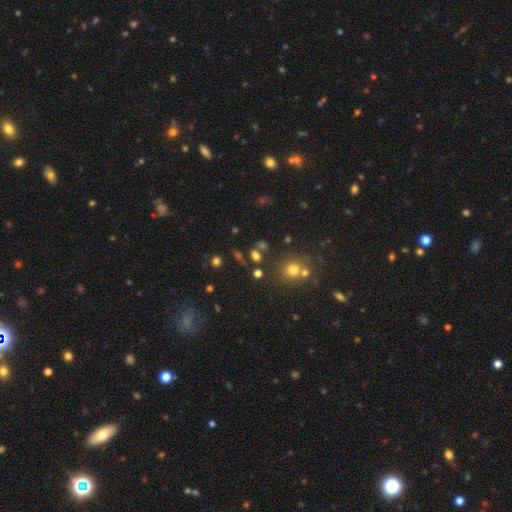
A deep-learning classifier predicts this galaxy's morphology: smooth-or-featured: smooth: 60% | star or artifact: 25% | featured or disk: 15%
  how-rounded: in between: 54% | round: 38% | cigar-shaped: 8%
  merging: none: 67% | merger: 15% | minor disturbance: 11% | major disturbance: 6%